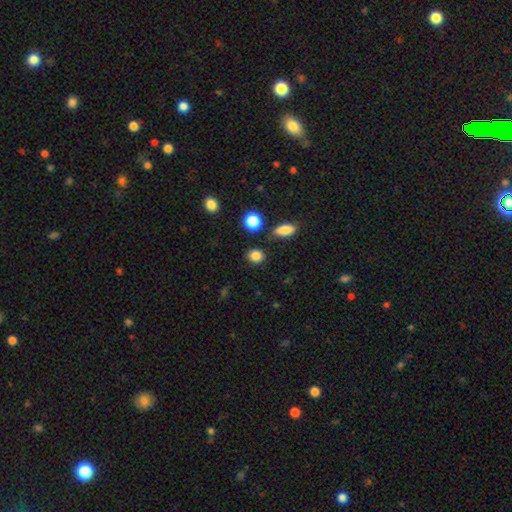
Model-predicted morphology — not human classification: type=smooth (86%); roundness=round (69%); merging=none (84%).